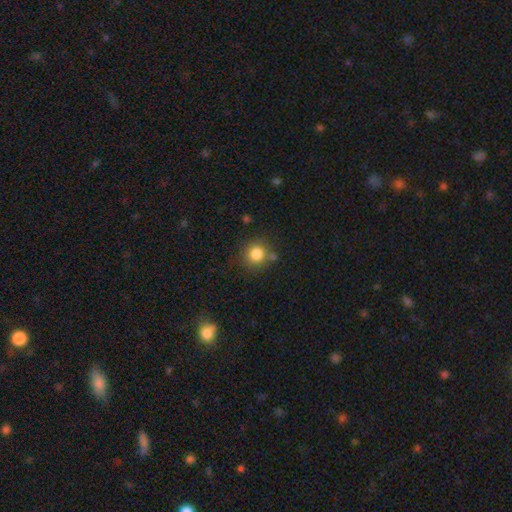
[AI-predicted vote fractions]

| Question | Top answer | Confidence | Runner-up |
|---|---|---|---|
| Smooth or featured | smooth | 83% | star or artifact (11%) |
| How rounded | round | 91% | in between (8%) |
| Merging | none | 76% | minor disturbance (12%) |